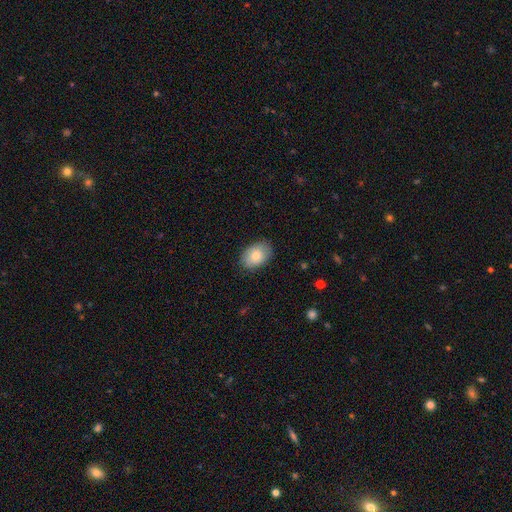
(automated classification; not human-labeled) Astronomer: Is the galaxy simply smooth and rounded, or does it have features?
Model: smooth — 80%.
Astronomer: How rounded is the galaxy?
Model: in between — 83%.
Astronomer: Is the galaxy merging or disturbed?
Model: none — 84%.